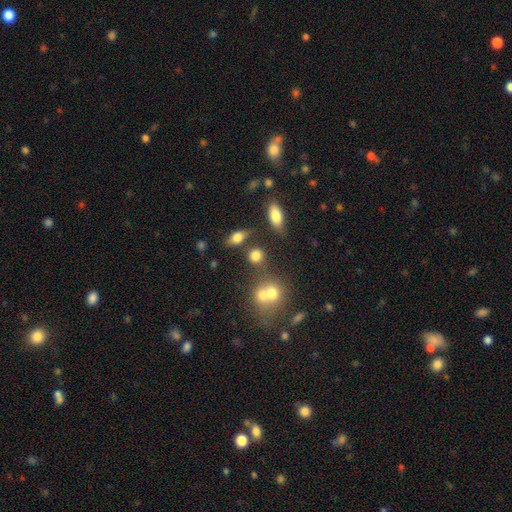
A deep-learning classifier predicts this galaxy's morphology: The model was most divided on "merging": none: 59%, merger: 22%, minor disturbance: 14%, major disturbance: 6%. More confident: smooth or featured — smooth (74%); how rounded — round (70%).